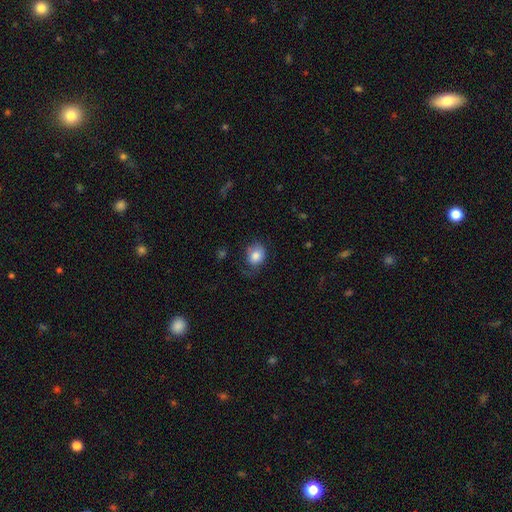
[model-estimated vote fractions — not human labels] The model was most divided on "how rounded": round: 55%, in between: 44%, cigar-shaped: 1%. More confident: smooth or featured — smooth (82%); merging — none (55%).